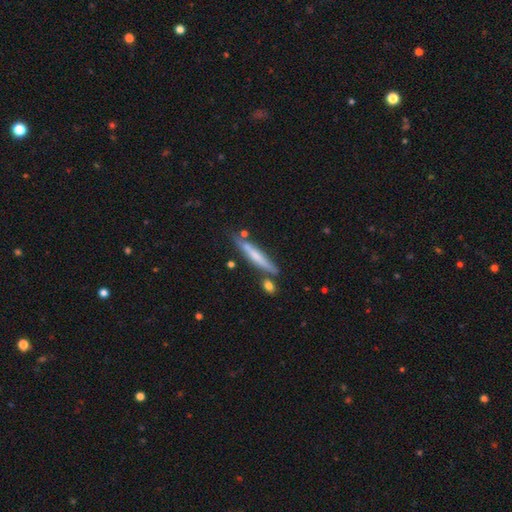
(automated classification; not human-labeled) Overall: smooth (47%; featured or disk 46%). Merging: none (76%).